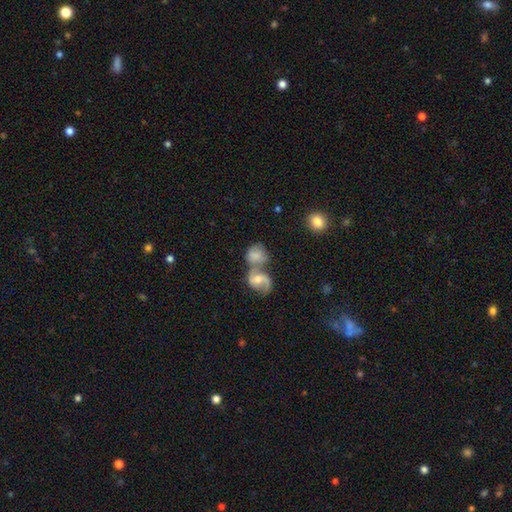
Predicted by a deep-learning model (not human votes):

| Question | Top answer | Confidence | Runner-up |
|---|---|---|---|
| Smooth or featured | smooth | 48% | featured or disk (43%) |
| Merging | merger | 65% | none (21%) |